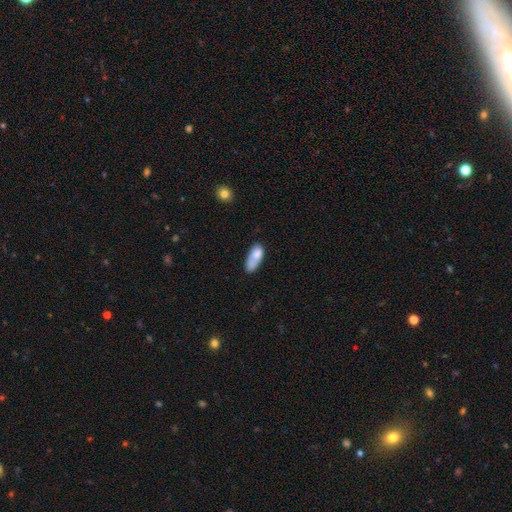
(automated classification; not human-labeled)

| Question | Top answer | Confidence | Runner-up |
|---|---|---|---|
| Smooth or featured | smooth | 76% | featured or disk (16%) |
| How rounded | in between | 78% | cigar-shaped (18%) |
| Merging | none | 40% | minor disturbance (27%) |